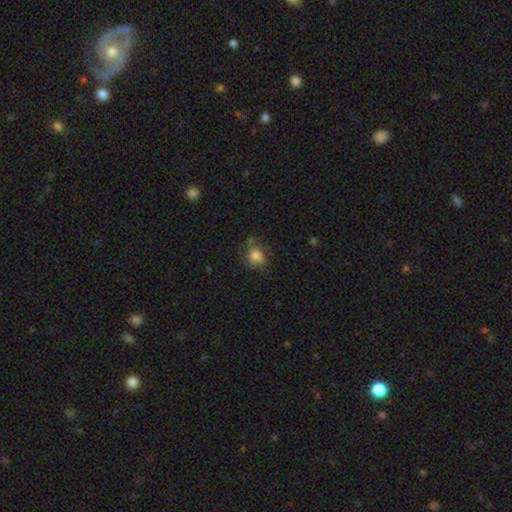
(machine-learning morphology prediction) smooth 78%, star or artifact 11%, featured or disk 11%. Down the decision tree: how rounded — round (67%); merging — none (59%).